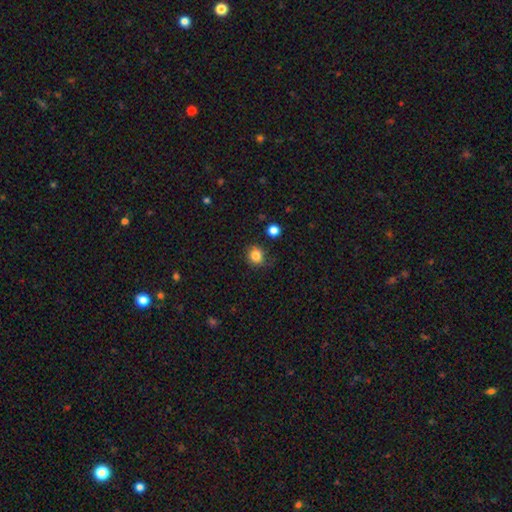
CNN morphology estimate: A smooth galaxy with no disk features (83%) that is round (86%).

Vote fractions:
- Smooth or featured? smooth: 83% / star or artifact: 12% / featured or disk: 5%
- How rounded? round: 86% / in between: 13% / cigar-shaped: 1%
- Merging? none: 80% / minor disturbance: 14% / major disturbance: 4% / merger: 3%